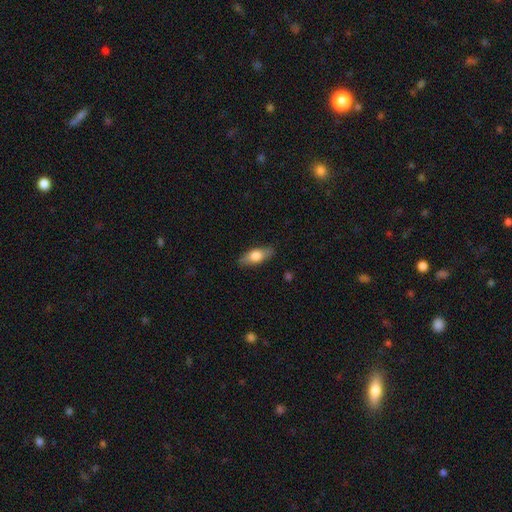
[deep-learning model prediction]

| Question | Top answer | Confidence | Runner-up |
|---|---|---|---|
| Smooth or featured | smooth | 69% | featured or disk (25%) |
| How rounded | in between | 76% | cigar-shaped (21%) |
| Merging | none | 86% | minor disturbance (11%) |